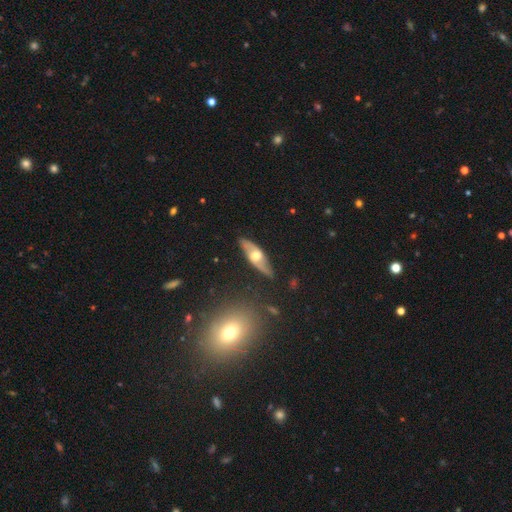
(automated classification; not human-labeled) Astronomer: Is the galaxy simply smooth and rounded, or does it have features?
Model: featured or disk — 60%.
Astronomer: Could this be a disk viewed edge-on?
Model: no — 52% (runner-up: yes, 48%).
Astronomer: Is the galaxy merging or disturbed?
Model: none — 80%.